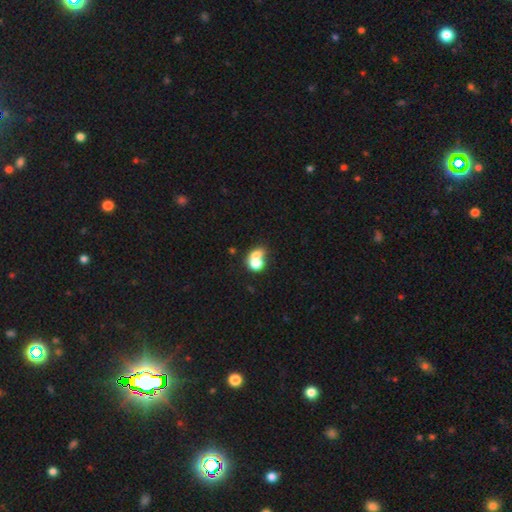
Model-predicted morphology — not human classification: smooth-or-featured: smooth: 69% | featured or disk: 19% | star or artifact: 12%
  how-rounded: round: 55% | in between: 43% | cigar-shaped: 1%
  merging: merger: 63% | none: 23% | minor disturbance: 7% | major disturbance: 6%